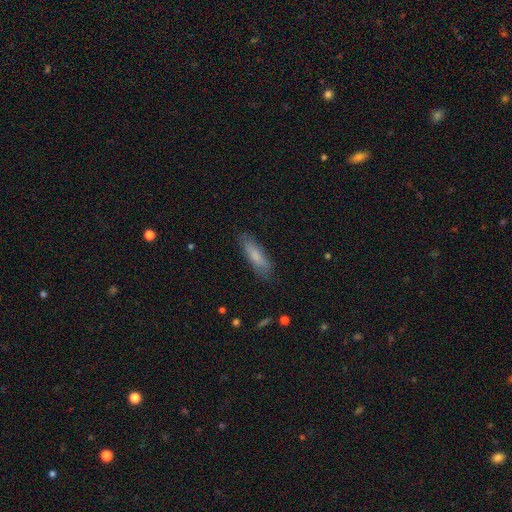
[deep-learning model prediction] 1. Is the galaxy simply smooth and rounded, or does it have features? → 74% smooth, 20% featured or disk, 6% star or artifact.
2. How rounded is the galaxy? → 64% cigar-shaped, 35% in between, 2% round.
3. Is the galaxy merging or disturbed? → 81% none, 14% minor disturbance, 3% major disturbance, 1% merger.